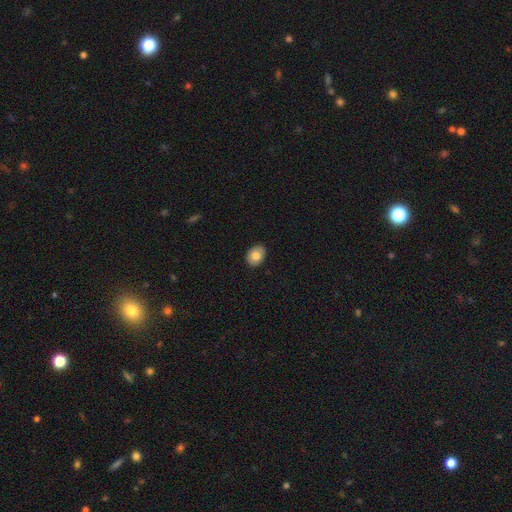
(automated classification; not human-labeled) The model was most divided on "how rounded": in between: 72%, round: 27%, cigar-shaped: 1%. More confident: merging — none (89%); smooth or featured — smooth (80%).